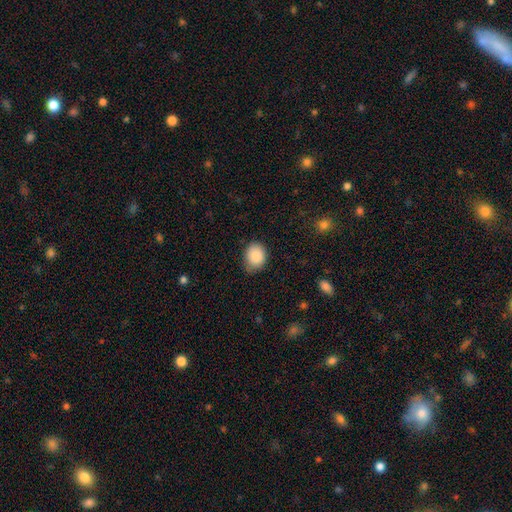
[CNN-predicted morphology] Smooth or featured? smooth (88%)
How rounded? round (50%)
Merging? none (70%)